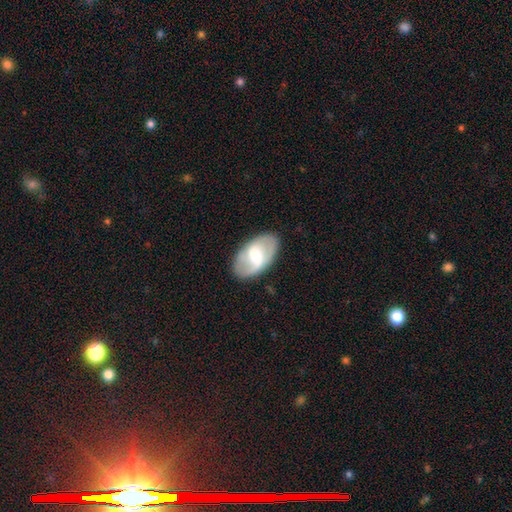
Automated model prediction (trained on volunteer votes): Overall: featured or disk (57%; smooth 37%). Edge-on disk: no (93%). Bar: weak (47%; strong 32%). Spiral arms: yes (62%; no 38%). Bulge size: moderate (55%; small 32%). Merging: none (83%).